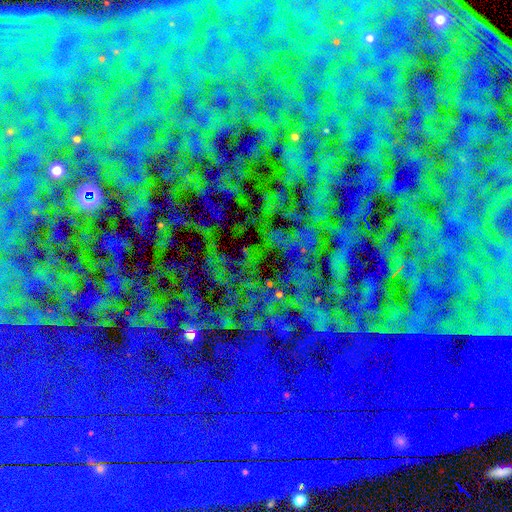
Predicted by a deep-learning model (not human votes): A star or artifact, not a galaxy (79%).